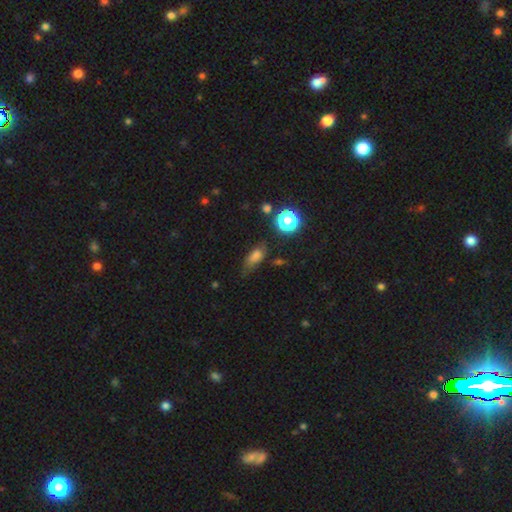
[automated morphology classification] This appears to be a smooth galaxy with no disk features (72%) that is in between round and cigar-shaped (75%). Merging: none (56%).